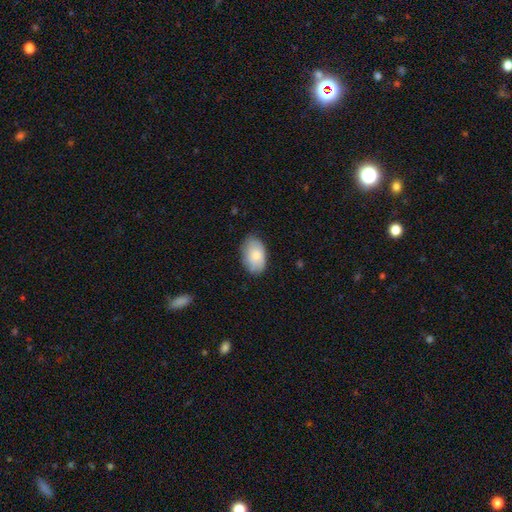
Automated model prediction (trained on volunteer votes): Q: Smooth or featured?
A: smooth (78%); runner-up: featured or disk (15%)
Q: How rounded?
A: in between (92%); runner-up: round (7%)
Q: Merging?
A: none (75%); runner-up: minor disturbance (20%)